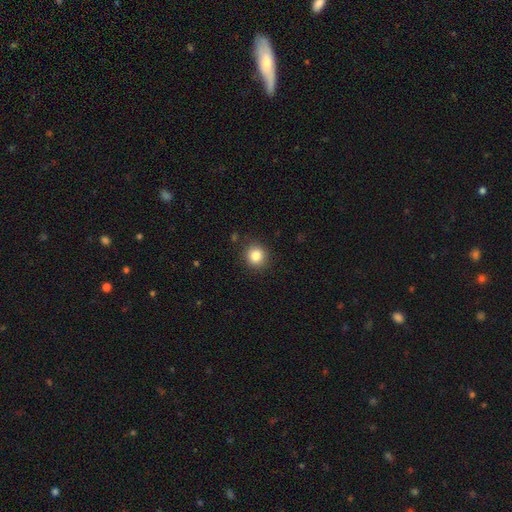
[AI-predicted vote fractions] The model was most divided on "smooth or featured": smooth: 84%, star or artifact: 10%, featured or disk: 6%. More confident: merging — none (89%); how rounded — round (89%).